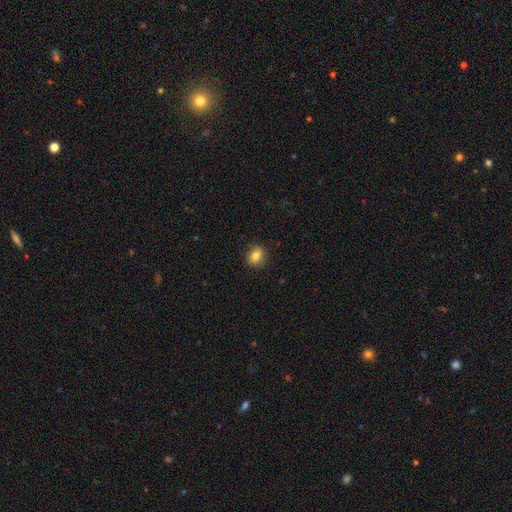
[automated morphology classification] Smooth or featured?
  - smooth: 81% *
  - featured or disk: 10%
  - star or artifact: 9%
How rounded?
  - round: 52% *
  - in between: 46%
  - cigar-shaped: 1%
Merging?
  - none: 86% *
  - minor disturbance: 11%
  - major disturbance: 2%
  - merger: 1%